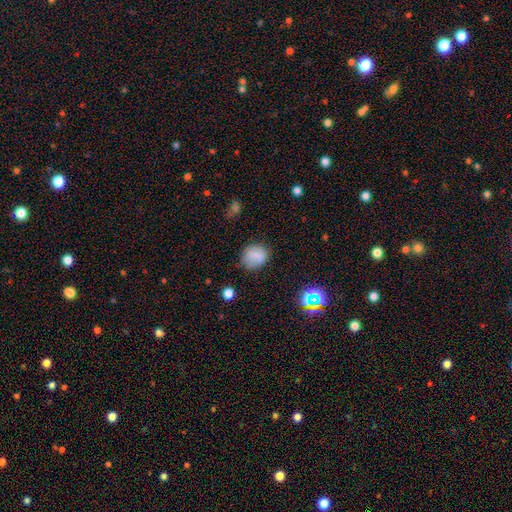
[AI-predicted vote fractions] The model was most divided on "how rounded": round: 65%, in between: 34%, cigar-shaped: 1%. More confident: smooth or featured — smooth (79%); merging — none (75%).